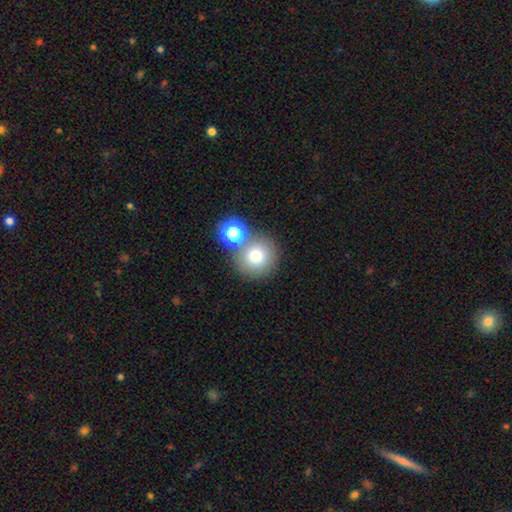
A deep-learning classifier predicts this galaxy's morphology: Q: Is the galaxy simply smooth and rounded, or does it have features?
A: smooth — 74%.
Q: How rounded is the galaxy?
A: round — 94%.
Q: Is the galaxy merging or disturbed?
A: none — 68%.